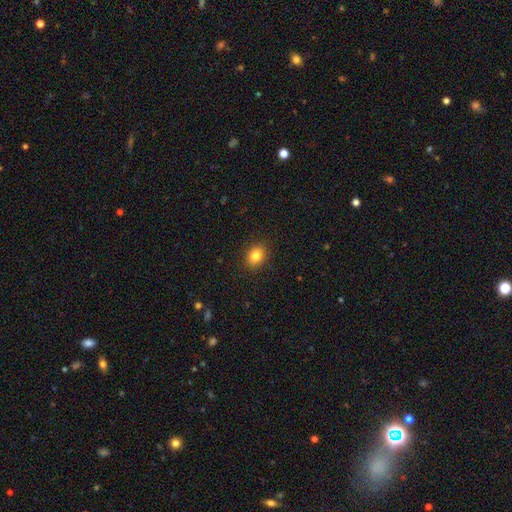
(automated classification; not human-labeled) smooth_or_featured: smooth (p=0.83) [alt: star or artifact p=0.11]
how_rounded: in between (p=0.51) [alt: round p=0.48]
merging: none (p=0.89) [alt: minor disturbance p=0.08]